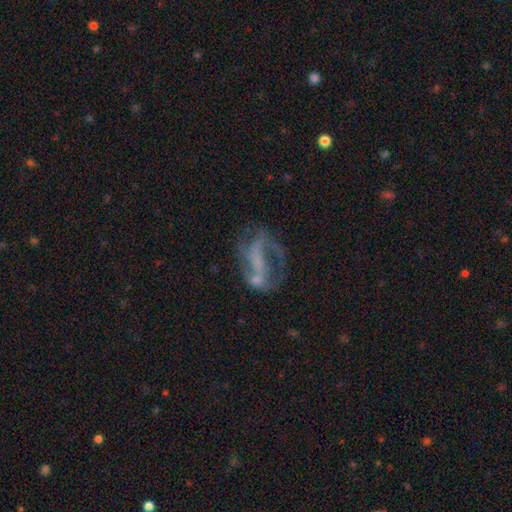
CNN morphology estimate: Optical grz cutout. It shows a featured or disk galaxy (69%) with no bar (51%), spiral arms (62%) and no central bulge (52%). Merging: major disturbance (39%).